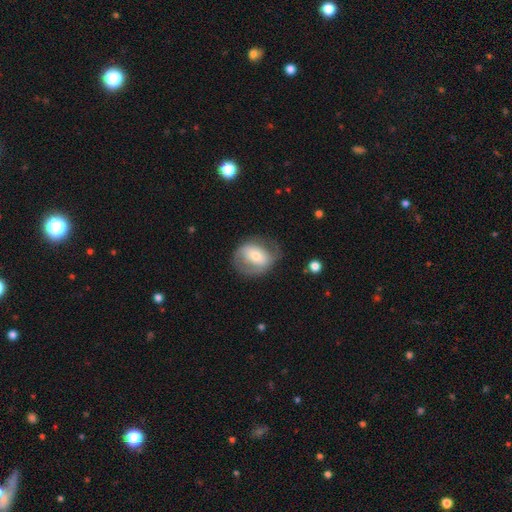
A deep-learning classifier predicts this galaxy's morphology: Smooth or featured: featured or disk — 51% (smooth — 42%)
Edge-on disk: no — 95% (yes — 5%)
Merging: none — 58% (minor disturbance — 25%)